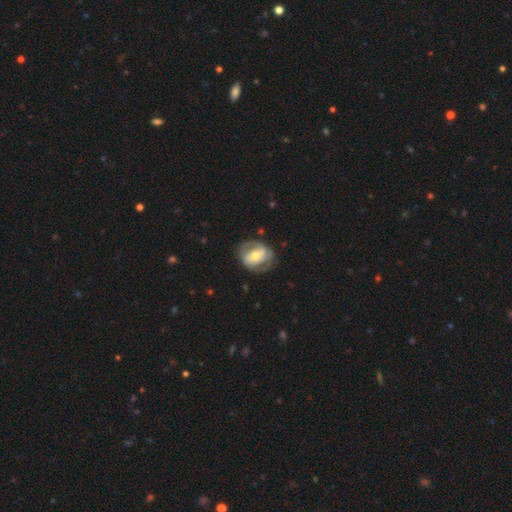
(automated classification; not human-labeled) featured or disk 65%, smooth 29%, star or artifact 6%. Down the decision tree: edge-on disk — no (96%); bar — no (34%); spiral arms — yes (65%); bulge size — moderate (58%); merging — none (67%).